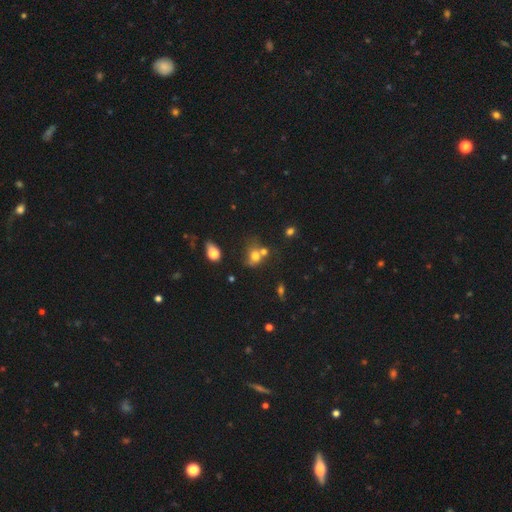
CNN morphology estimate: type=smooth (68%); roundness=round (57%); merging=merger (39%).